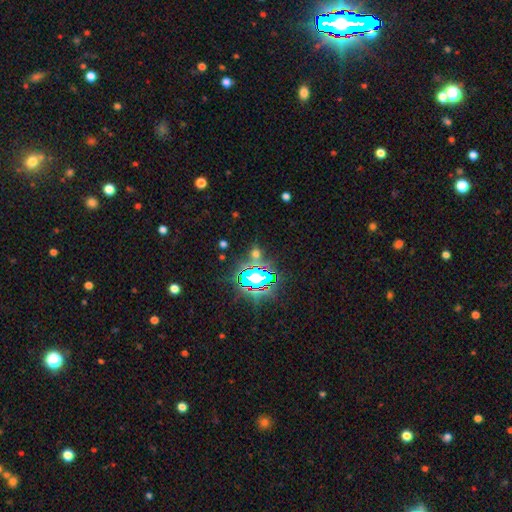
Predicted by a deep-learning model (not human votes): star or artifact 73%, smooth 18%, featured or disk 9%.